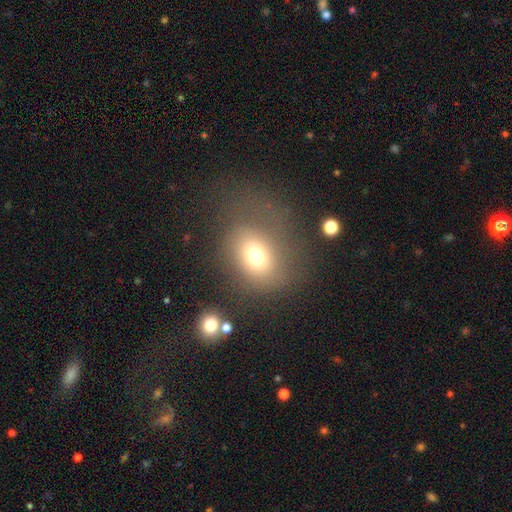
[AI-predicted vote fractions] Overall: smooth (70%). How rounded: in between (50%; round 49%). Merging: none (49%; major disturbance 25%).